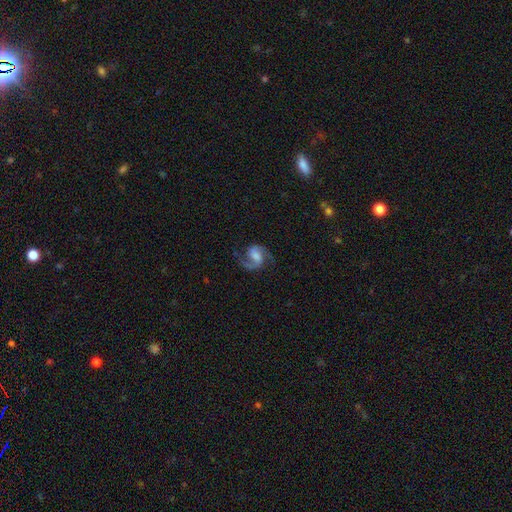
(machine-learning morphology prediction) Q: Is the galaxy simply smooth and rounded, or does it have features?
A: featured or disk — 89%.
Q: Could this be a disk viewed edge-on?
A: no — 98%.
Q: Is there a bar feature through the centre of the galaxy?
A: weak — 50%.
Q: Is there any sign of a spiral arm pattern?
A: yes — 98%.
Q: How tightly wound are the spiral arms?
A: medium — 59%.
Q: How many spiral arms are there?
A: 2 — 93%.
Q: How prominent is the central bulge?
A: moderate — 39%.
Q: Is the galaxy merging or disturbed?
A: none — 79%.